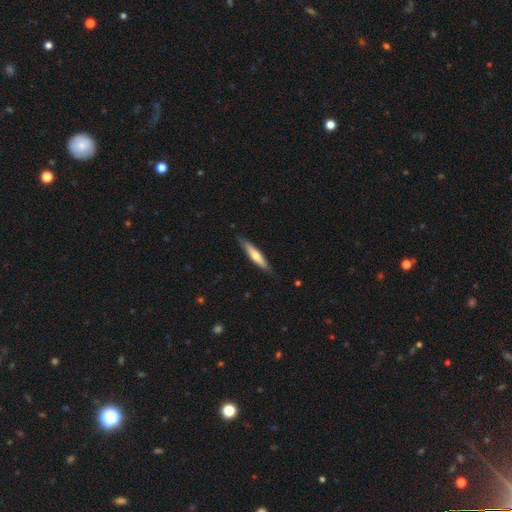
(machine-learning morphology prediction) type=smooth (58%); roundness=cigar-shaped (86%); merging=none (83%).